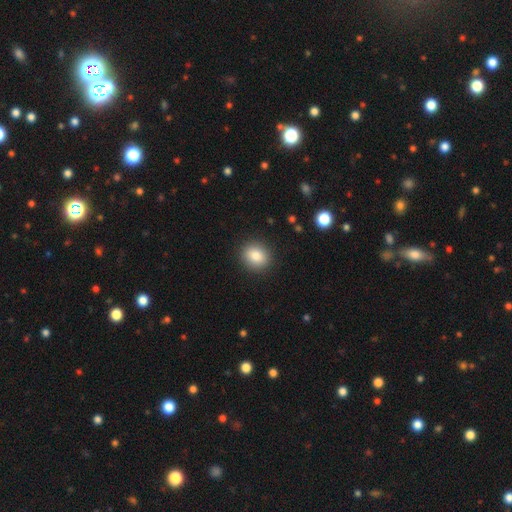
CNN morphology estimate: Smooth or featured? Predicted: smooth (p=0.84). How rounded? Predicted: round (p=0.72). Merging? Predicted: none (p=0.90).